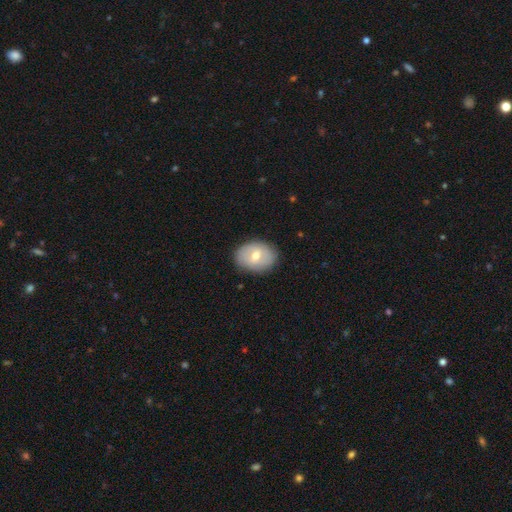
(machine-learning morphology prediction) A smooth galaxy with no disk features (56%) that is in between round and cigar-shaped (67%). Merging: none (85%).